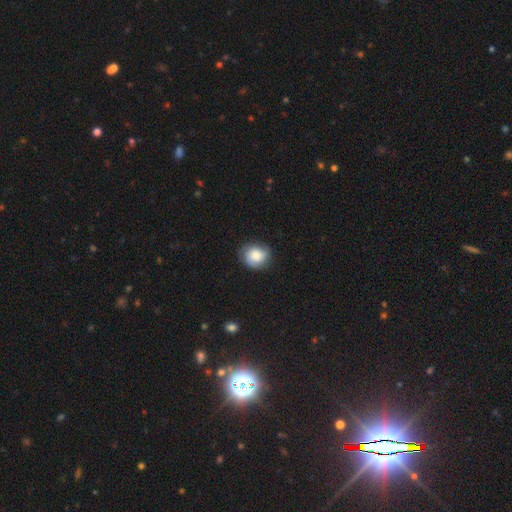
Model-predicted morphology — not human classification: Smooth or featured: smooth — 72% (featured or disk — 20%)
How rounded: round — 73% (in between — 26%)
Merging: none — 74% (minor disturbance — 20%)